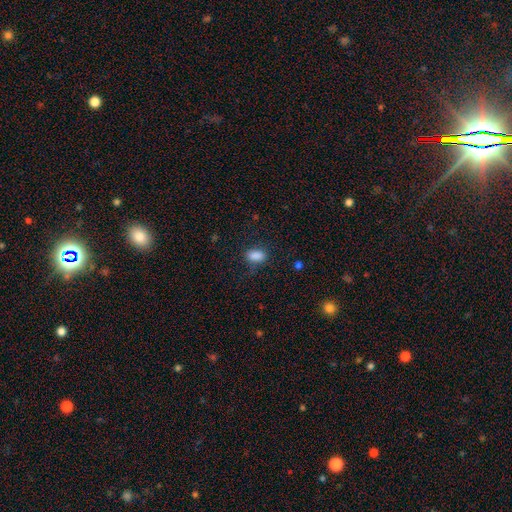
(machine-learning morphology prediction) Q: Smooth or featured?
A: smooth (87%); runner-up: star or artifact (9%)
Q: How rounded?
A: in between (87%); runner-up: round (11%)
Q: Merging?
A: none (77%); runner-up: minor disturbance (16%)